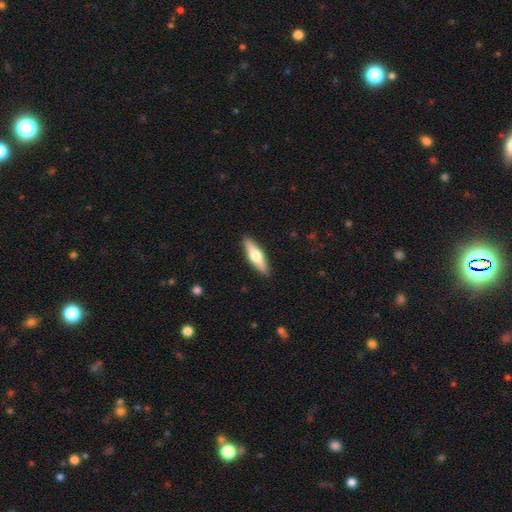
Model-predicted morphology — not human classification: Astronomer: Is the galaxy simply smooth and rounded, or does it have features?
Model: smooth — 51% (runner-up: featured or disk, 44%).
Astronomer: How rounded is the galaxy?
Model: cigar-shaped — 66%.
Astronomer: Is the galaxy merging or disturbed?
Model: none — 90%.